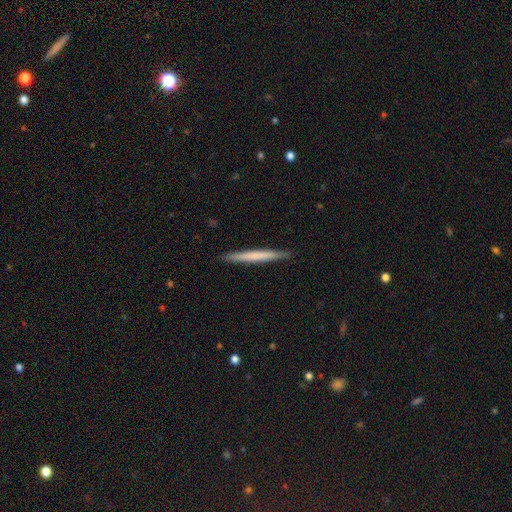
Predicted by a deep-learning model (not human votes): Q: Smooth or featured?
A: smooth (60%); runner-up: featured or disk (35%)
Q: How rounded?
A: cigar-shaped (97%); runner-up: in between (2%)
Q: Merging?
A: none (91%); runner-up: minor disturbance (6%)